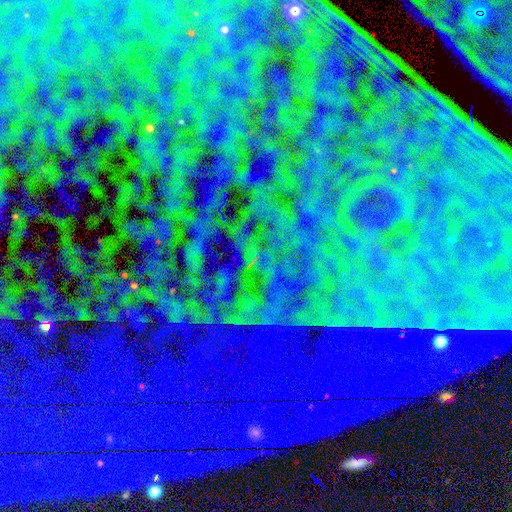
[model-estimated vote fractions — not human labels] Smooth or featured? star or artifact (86%)